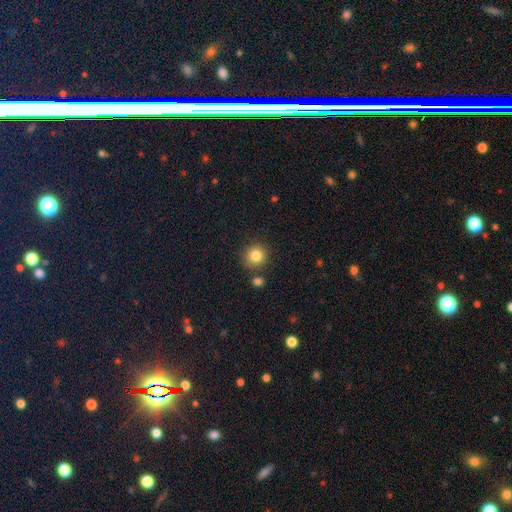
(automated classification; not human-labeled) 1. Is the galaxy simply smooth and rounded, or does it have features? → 84% smooth, 10% star or artifact, 6% featured or disk.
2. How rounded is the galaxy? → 91% round, 8% in between, 1% cigar-shaped.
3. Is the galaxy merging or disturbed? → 81% none, 9% minor disturbance, 7% merger, 3% major disturbance.